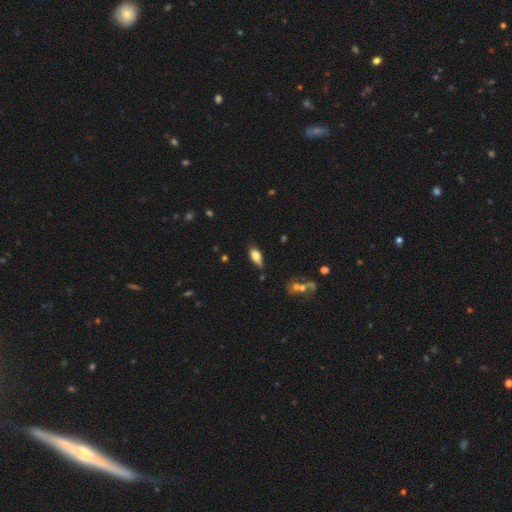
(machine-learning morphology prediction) The model was most divided on "merging": none: 63%, minor disturbance: 27%, major disturbance: 6%, merger: 4%. More confident: how rounded — in between (82%); smooth or featured — smooth (74%).